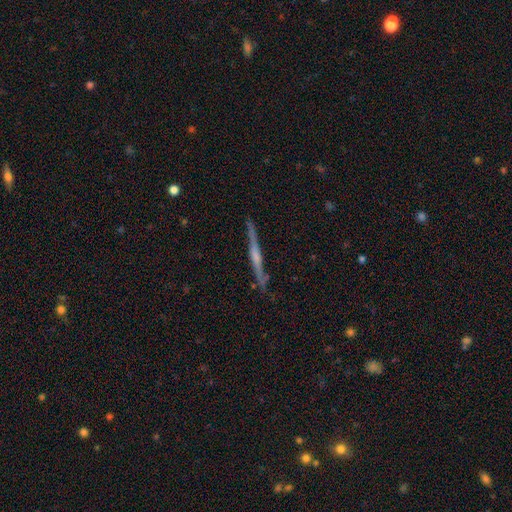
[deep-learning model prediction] featured or disk 72%, smooth 21%, star or artifact 7%. Down the decision tree: edge-on disk — yes (96%); edge-on bulge — rounded (47%); merging — none (82%).